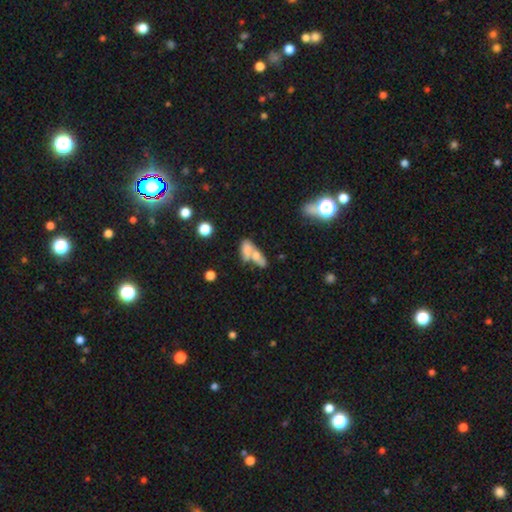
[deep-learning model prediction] Smooth or featured? smooth (67%)
How rounded? in between (78%)
Merging? merger (67%)